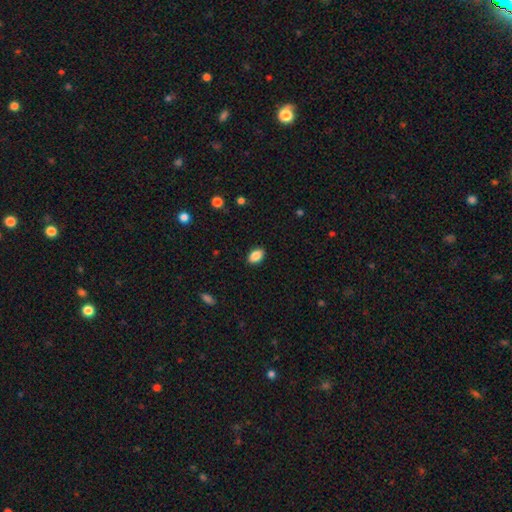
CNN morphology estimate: This is clearly a smooth galaxy (88%). How rounded: clearly in between (88%). Merging: clearly none (89%).